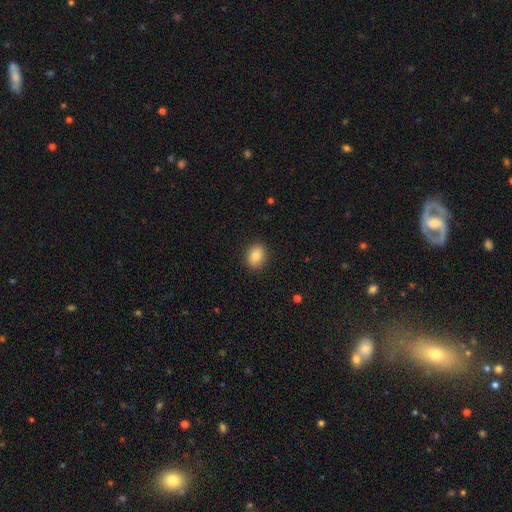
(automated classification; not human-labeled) smooth_or_featured: smooth (p=0.85) [alt: star or artifact p=0.09]
how_rounded: in between (p=0.56) [alt: round p=0.43]
merging: none (p=0.90) [alt: minor disturbance p=0.07]